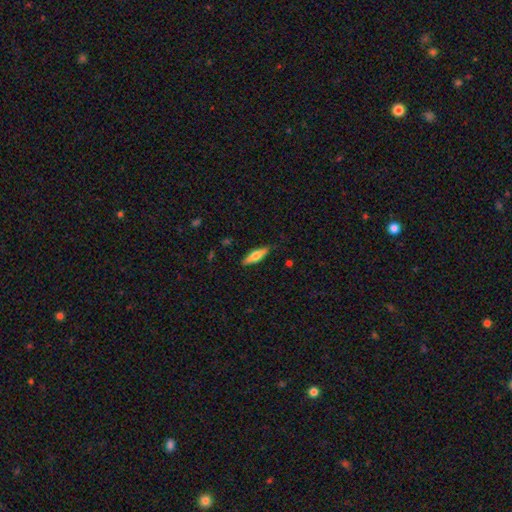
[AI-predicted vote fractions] Morphology: type=smooth (55%); roundness=cigar-shaped (62%); merging=none (86%).